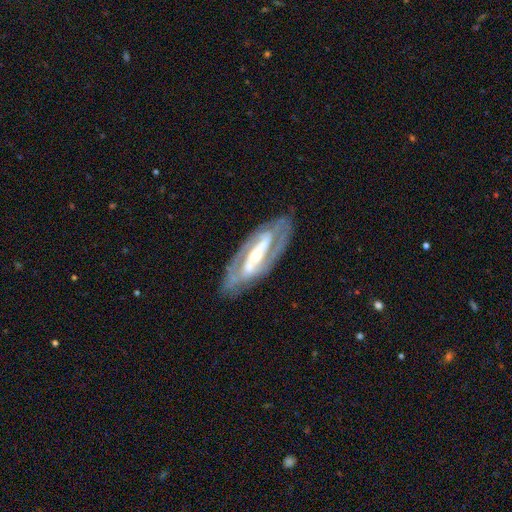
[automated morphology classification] A featured or disk galaxy (86%) with a strong bar (53%), 2 (82%) tight (47%) spiral arms (83%) and a moderate central bulge (55%). Merging: none (80%).